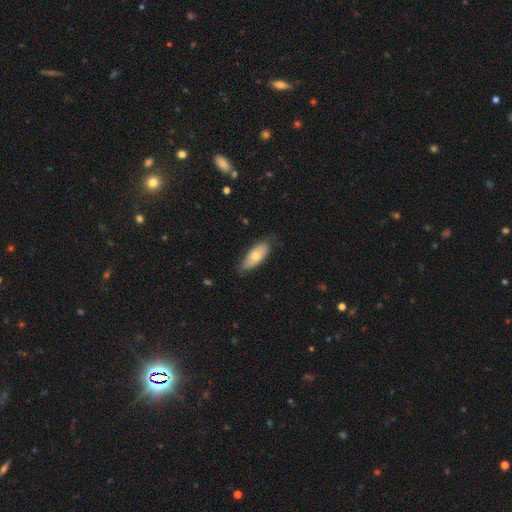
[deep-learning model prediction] Morphology: type=smooth (70%); roundness=in between (79%); merging=none (77%).